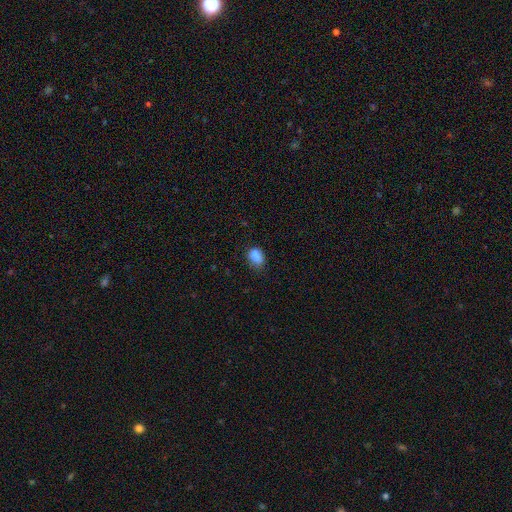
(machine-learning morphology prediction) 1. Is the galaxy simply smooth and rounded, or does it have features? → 83% smooth, 10% star or artifact, 6% featured or disk.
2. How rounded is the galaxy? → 74% in between, 25% round, 1% cigar-shaped.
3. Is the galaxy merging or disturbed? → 61% none, 27% minor disturbance, 7% major disturbance, 5% merger.